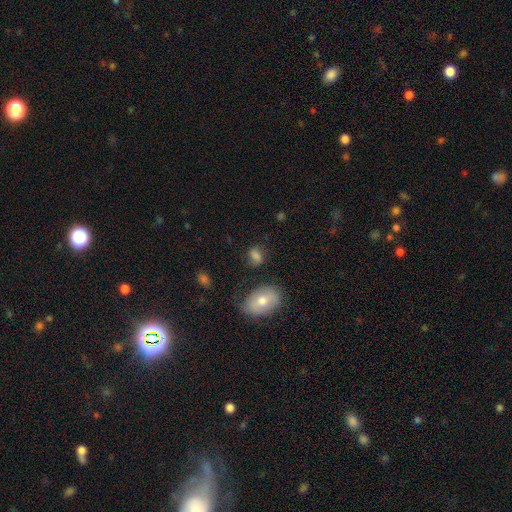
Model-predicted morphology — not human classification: This appears to be a smooth galaxy with no disk features (75%) that is in between round and cigar-shaped (67%). Merging: none (66%).